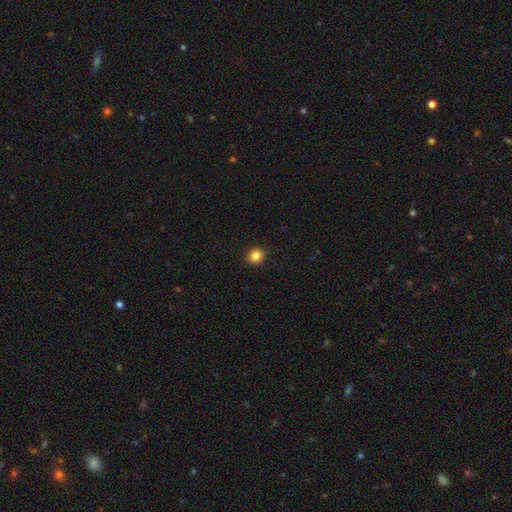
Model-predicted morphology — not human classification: smooth 84%, star or artifact 11%, featured or disk 4%. Down the decision tree: how rounded — round (84%); merging — none (92%).